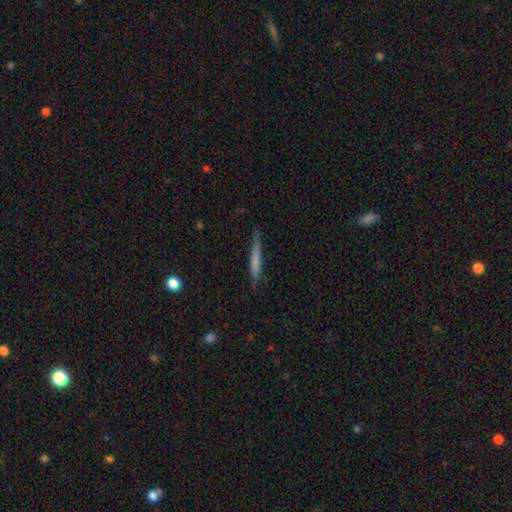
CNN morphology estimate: type=featured or disk (44%); merging=none (86%).